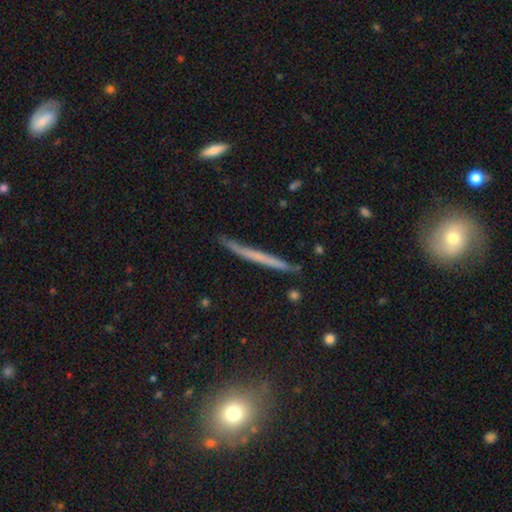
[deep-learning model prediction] smooth 50%, featured or disk 42%, star or artifact 7%. Down the decision tree: how rounded — cigar-shaped (97%); merging — none (82%).